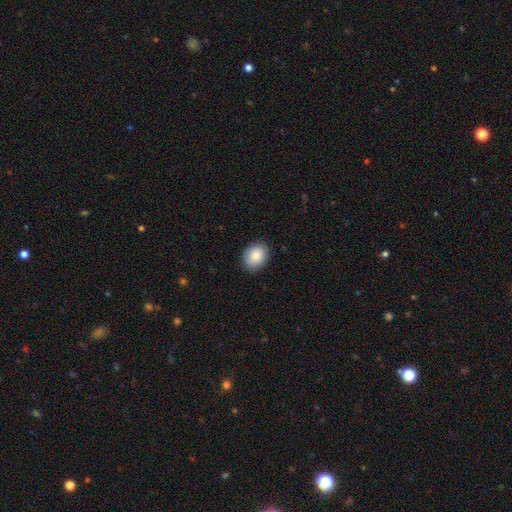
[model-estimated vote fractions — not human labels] The model was most divided on "how rounded": in between: 60%, round: 40%, cigar-shaped: 1%. More confident: merging — none (88%); smooth or featured — smooth (88%).